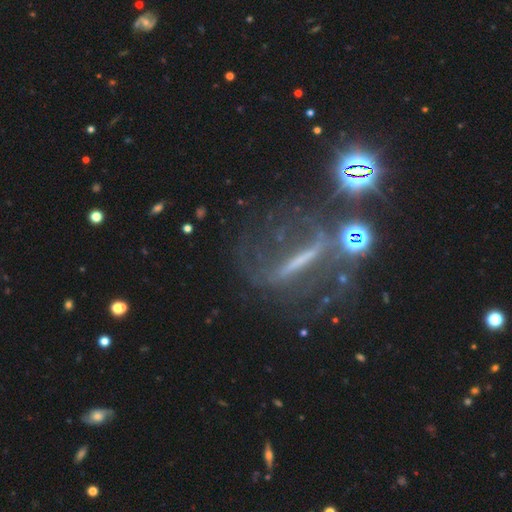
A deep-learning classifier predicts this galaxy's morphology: smooth_or_featured: featured or disk (p=0.59) [alt: star or artifact p=0.25]
disk_edge_on: no (p=0.53) [alt: yes p=0.47]
merging: none (p=0.52) [alt: major disturbance p=0.24]